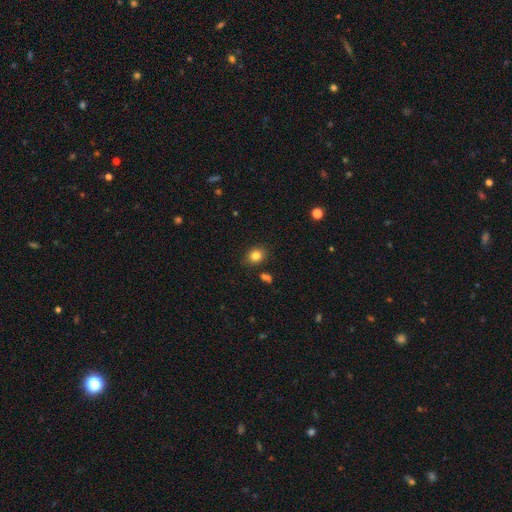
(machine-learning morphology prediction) Smooth or featured? smooth (83%)
How rounded? round (52%)
Merging? none (84%)